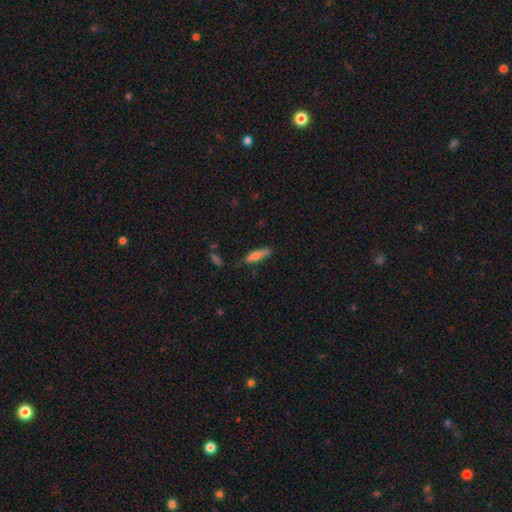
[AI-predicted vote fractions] Smooth or featured? Predicted: smooth (p=0.73). How rounded? Predicted: cigar-shaped (p=0.62). Merging? Predicted: none (p=0.72).